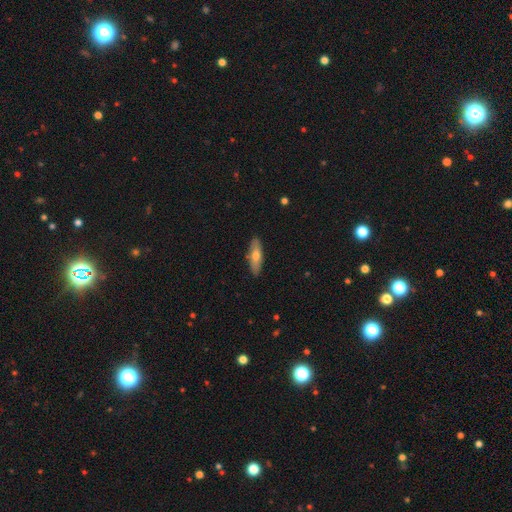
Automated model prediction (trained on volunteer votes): smooth_or_featured: smooth (p=0.60) [alt: featured or disk p=0.33]
how_rounded: cigar-shaped (p=0.56) [alt: in between p=0.42]
merging: none (p=0.88) [alt: minor disturbance p=0.09]